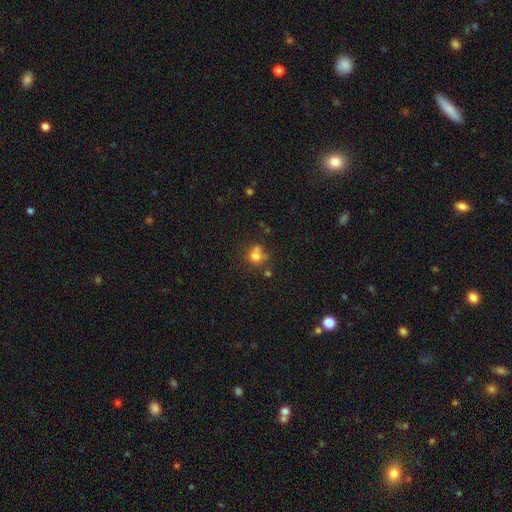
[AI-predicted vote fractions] smooth 74%, star or artifact 14%, featured or disk 12%. Down the decision tree: how rounded — round (81%); merging — none (52%).